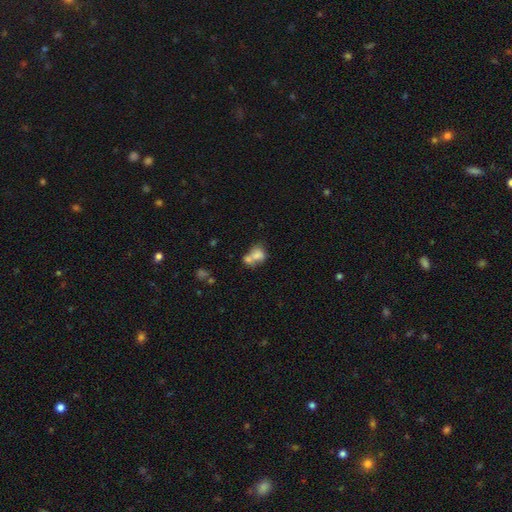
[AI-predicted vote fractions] Smooth or featured: smooth — 73% (featured or disk — 16%)
How rounded: in between — 55% (round — 44%)
Merging: merger — 61% (none — 23%)